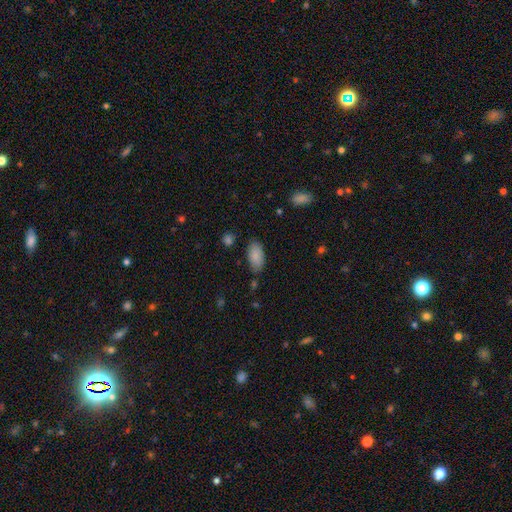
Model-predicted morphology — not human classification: smooth_or_featured: smooth (p=0.86) [alt: featured or disk p=0.07]
how_rounded: in between (p=0.94) [alt: cigar-shaped p=0.04]
merging: none (p=0.77) [alt: minor disturbance p=0.16]